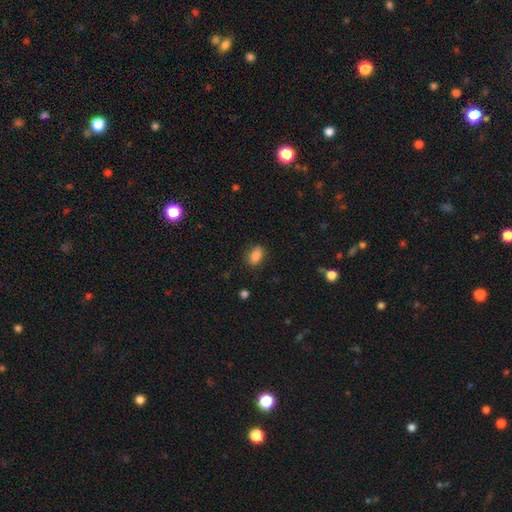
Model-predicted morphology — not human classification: Smooth or featured? smooth (84%)
How rounded? in between (84%)
Merging? none (81%)